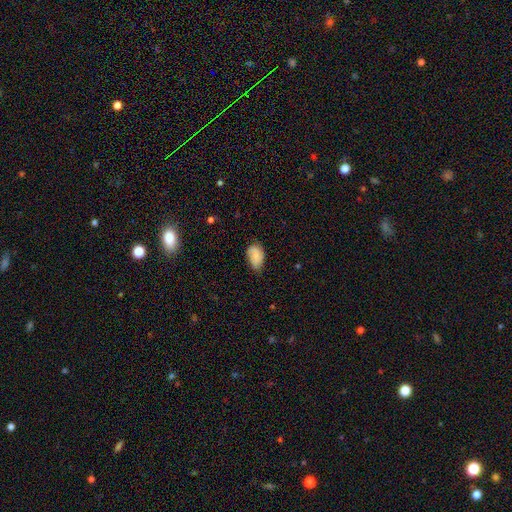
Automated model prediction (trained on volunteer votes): Morphology: type=smooth (74%); roundness=in between (90%); merging=none (49%).